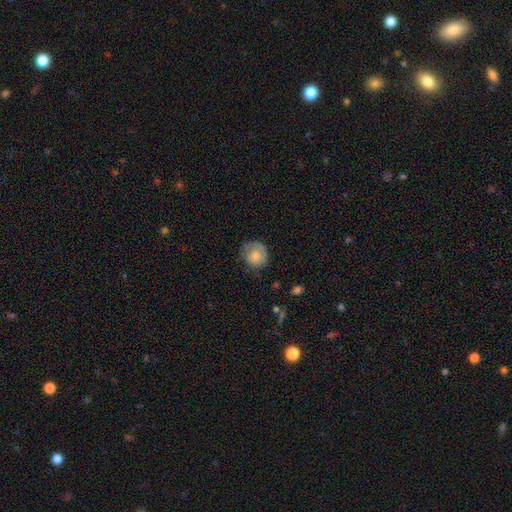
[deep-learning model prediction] Smooth or featured? Predicted: smooth (p=0.64). How rounded? Predicted: round (p=0.85). Merging? Predicted: none (p=0.61).